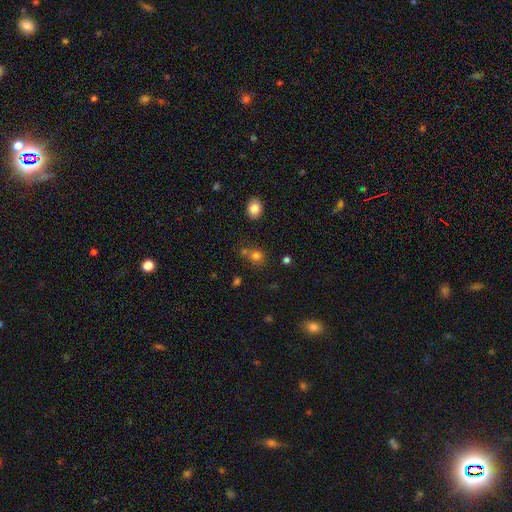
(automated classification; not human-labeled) Smooth or featured? smooth (77%)
How rounded? round (76%)
Merging? none (62%)